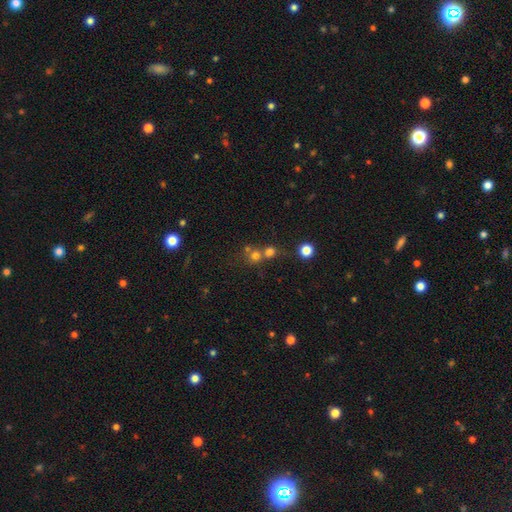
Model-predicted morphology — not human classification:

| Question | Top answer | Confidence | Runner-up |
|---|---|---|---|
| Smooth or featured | smooth | 67% | star or artifact (22%) |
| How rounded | round | 88% | in between (11%) |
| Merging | none | 48% | merger (43%) |